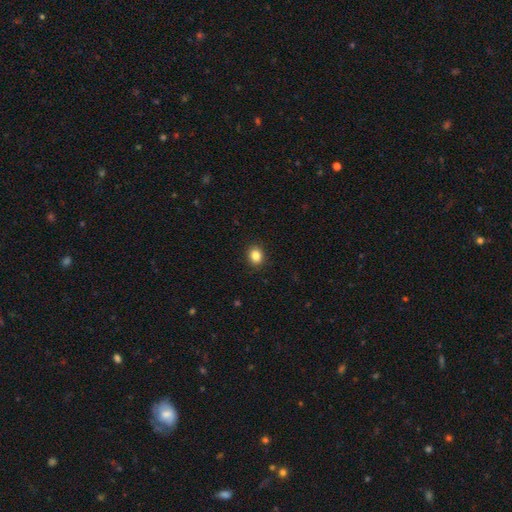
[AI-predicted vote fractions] This appears to be a smooth galaxy with no disk features (85%) that is round (63%). Merging: none (91%).